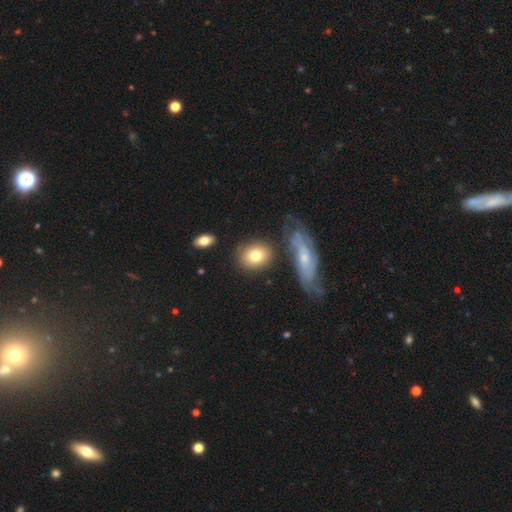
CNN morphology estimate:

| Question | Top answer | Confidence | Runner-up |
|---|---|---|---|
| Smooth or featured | smooth | 77% | featured or disk (15%) |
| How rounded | round | 58% | in between (40%) |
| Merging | none | 72% | minor disturbance (13%) |